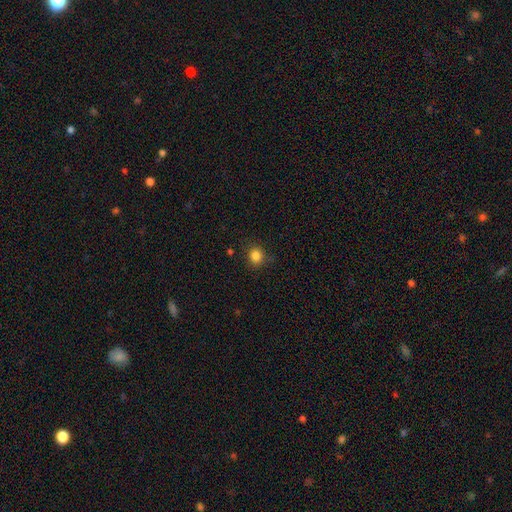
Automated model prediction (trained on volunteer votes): smooth-or-featured: smooth: 84% | star or artifact: 12% | featured or disk: 4%
  how-rounded: round: 82% | in between: 17% | cigar-shaped: 1%
  merging: none: 85% | minor disturbance: 11% | major disturbance: 3% | merger: 1%